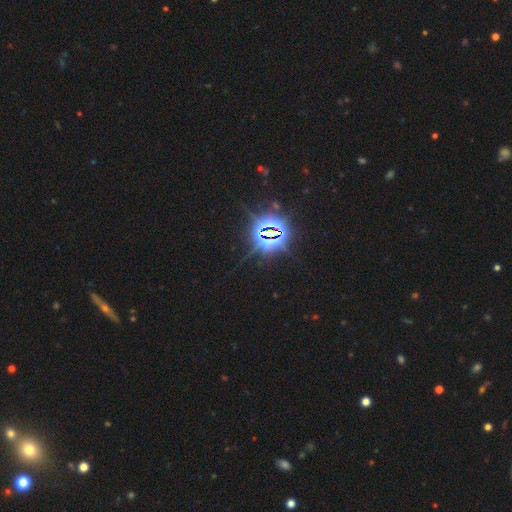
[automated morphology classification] Overall: star or artifact (85%).